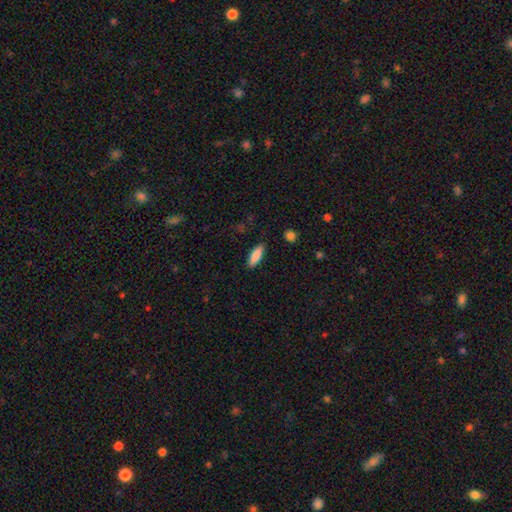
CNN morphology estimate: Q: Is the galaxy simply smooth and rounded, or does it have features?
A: smooth — 86%.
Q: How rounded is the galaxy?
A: in between — 60%.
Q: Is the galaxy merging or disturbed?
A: none — 87%.